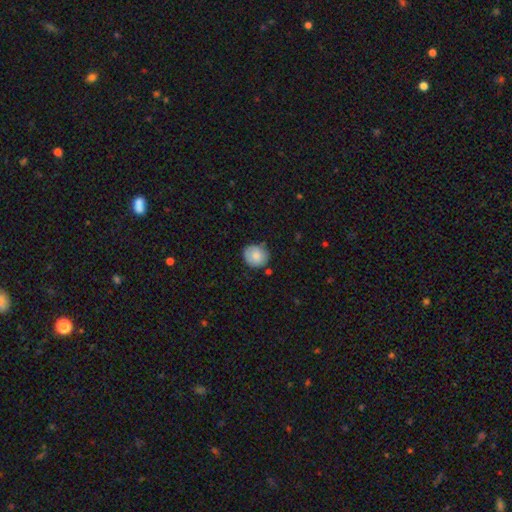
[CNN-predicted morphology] A smooth galaxy with no disk features (79%) that is round (82%).

Vote fractions:
- Smooth or featured? smooth: 79% / featured or disk: 14% / star or artifact: 7%
- How rounded? round: 82% / in between: 17% / cigar-shaped: 1%
- Merging? none: 72% / minor disturbance: 21% / major disturbance: 4% / merger: 3%